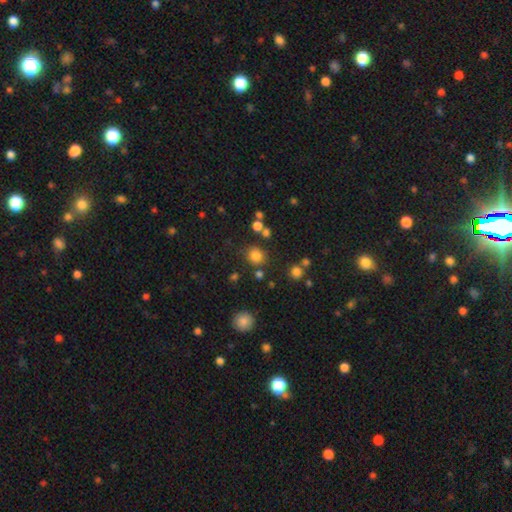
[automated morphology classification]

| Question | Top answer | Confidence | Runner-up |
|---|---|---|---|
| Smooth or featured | smooth | 79% | star or artifact (15%) |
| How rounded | round | 85% | in between (14%) |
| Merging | none | 79% | minor disturbance (10%) |